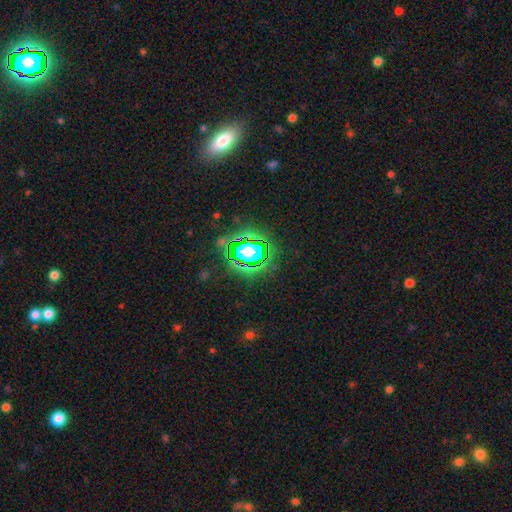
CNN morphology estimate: Q: Smooth or featured?
A: star or artifact (71%); runner-up: smooth (17%)